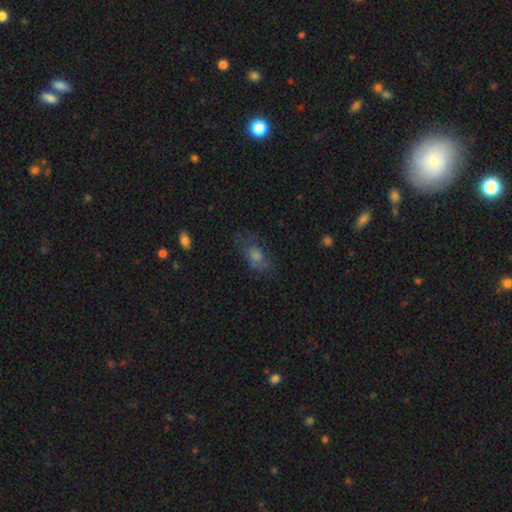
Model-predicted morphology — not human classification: smooth 52%, featured or disk 30%, star or artifact 19%. Down the decision tree: how rounded — in between (77%); merging — none (61%).